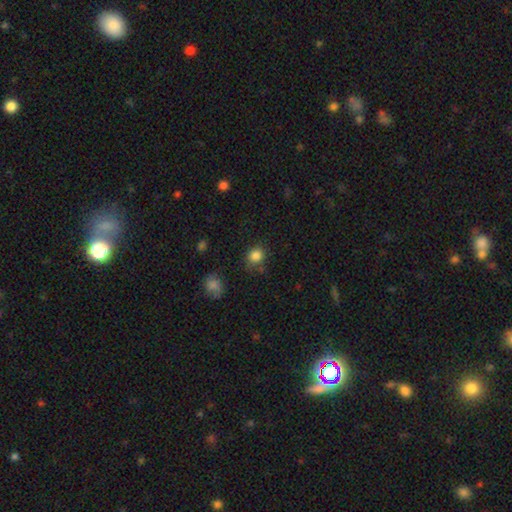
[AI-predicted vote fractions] The model was most divided on "how rounded": round: 80%, in between: 19%, cigar-shaped: 1%. More confident: smooth or featured — smooth (84%); merging — none (77%).